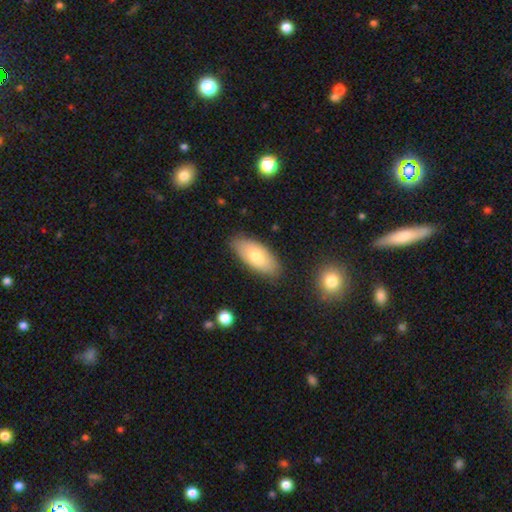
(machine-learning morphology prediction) type=smooth (72%); roundness=in between (89%); merging=none (84%).